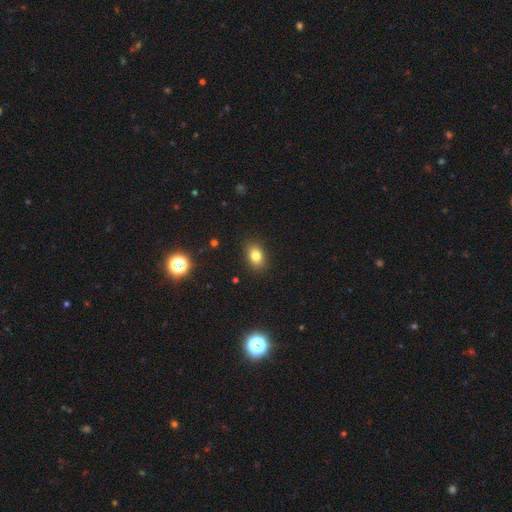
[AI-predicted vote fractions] smooth 80%, star or artifact 12%, featured or disk 8%. Down the decision tree: how rounded — in between (77%); merging — none (88%).